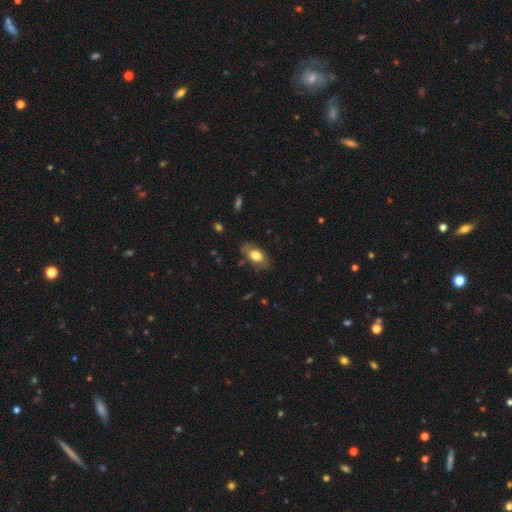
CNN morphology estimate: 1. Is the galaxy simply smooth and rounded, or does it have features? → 70% smooth, 24% featured or disk, 7% star or artifact.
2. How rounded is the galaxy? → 90% in between, 6% round, 4% cigar-shaped.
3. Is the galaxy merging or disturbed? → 73% none, 20% minor disturbance, 6% major disturbance, 2% merger.